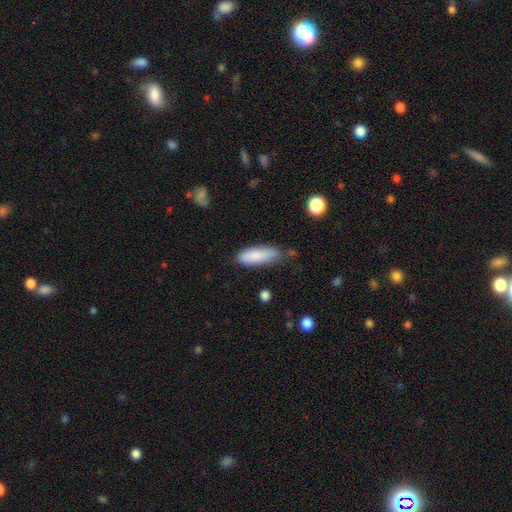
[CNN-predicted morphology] Overall: smooth (85%). How rounded: in between (61%; cigar-shaped 38%). Merging: none (69%).